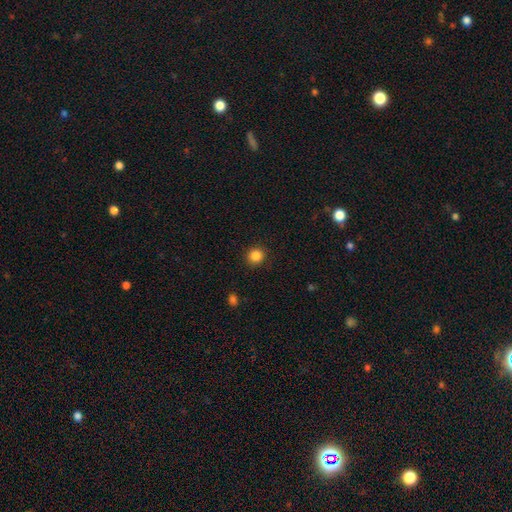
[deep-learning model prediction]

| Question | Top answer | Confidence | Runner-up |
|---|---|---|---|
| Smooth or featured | smooth | 85% | star or artifact (11%) |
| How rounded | round | 93% | in between (6%) |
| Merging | none | 91% | minor disturbance (6%) |